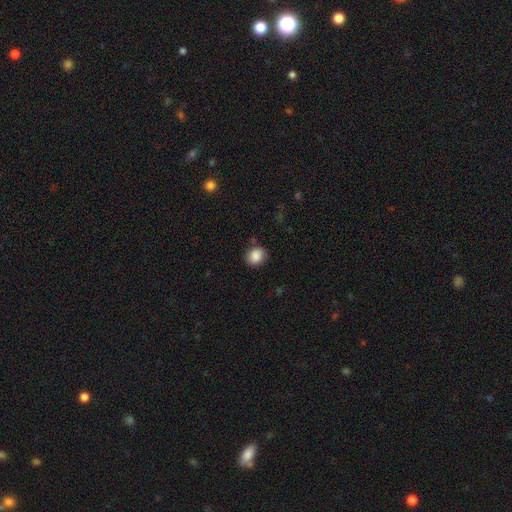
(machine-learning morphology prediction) Smooth or featured? smooth (87%)
How rounded? round (64%)
Merging? none (82%)